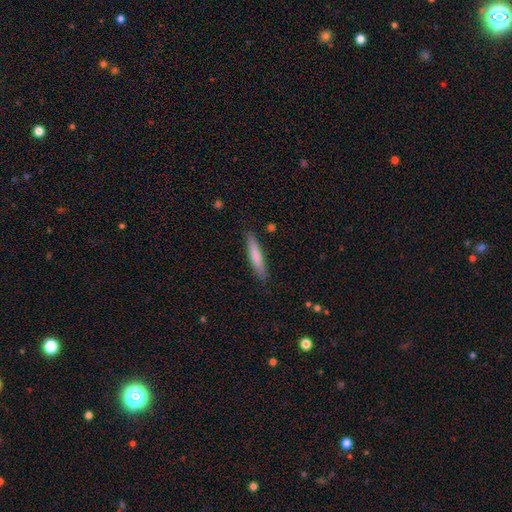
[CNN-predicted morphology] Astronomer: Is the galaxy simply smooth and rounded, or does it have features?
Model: smooth — 78%.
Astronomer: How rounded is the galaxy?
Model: cigar-shaped — 89%.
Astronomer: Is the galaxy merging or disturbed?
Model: none — 86%.